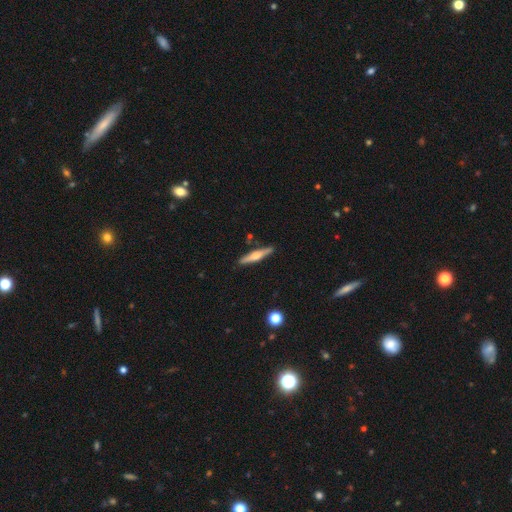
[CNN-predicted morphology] A featured or disk galaxy (60%) viewed edge-on (97%) with a rounded central bulge (88%). Merging: none (88%).